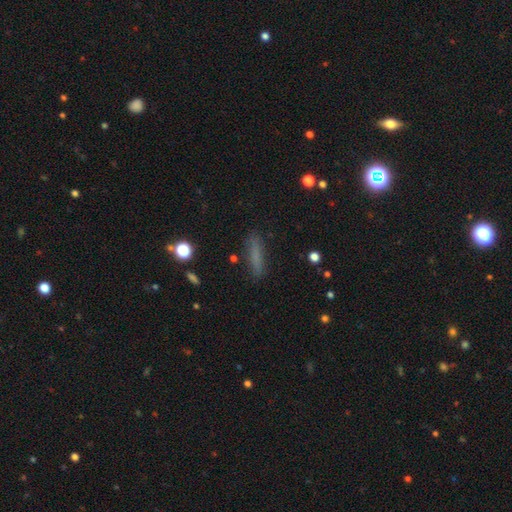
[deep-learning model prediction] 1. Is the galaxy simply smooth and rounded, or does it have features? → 74% smooth, 15% featured or disk, 11% star or artifact.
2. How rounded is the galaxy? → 86% cigar-shaped, 12% in between, 2% round.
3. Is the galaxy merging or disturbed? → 86% none, 10% minor disturbance, 3% major disturbance, 2% merger.